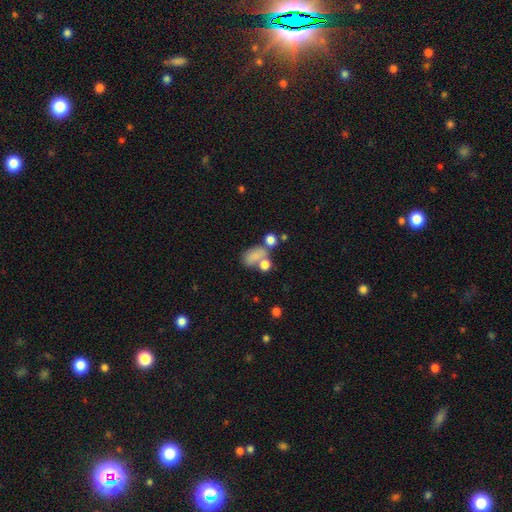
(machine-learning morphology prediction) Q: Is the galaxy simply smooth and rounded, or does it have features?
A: smooth — 70%.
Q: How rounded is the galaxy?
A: in between — 77%.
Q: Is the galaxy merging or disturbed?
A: merger — 40%.